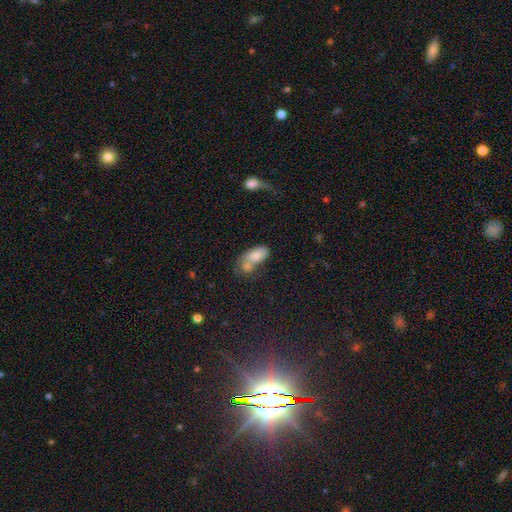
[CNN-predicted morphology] Smooth or featured: smooth — 74% (featured or disk — 18%)
How rounded: in between — 90% (round — 6%)
Merging: merger — 51% (none — 25%)